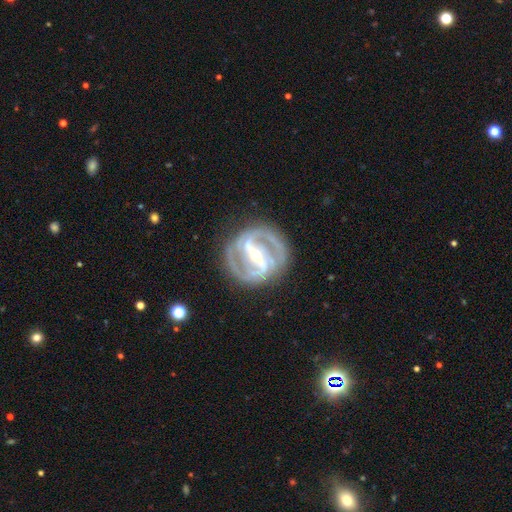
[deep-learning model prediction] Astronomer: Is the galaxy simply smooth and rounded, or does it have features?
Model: featured or disk — 92%.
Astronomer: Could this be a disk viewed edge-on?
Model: no — 97%.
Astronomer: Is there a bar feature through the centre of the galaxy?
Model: strong — 74%.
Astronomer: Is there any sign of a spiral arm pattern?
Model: yes — 97%.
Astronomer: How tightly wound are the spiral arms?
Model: medium — 47% (runner-up: tight, 45%).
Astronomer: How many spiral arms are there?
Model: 2 — 84%.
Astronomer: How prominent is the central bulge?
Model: small — 51% (runner-up: moderate, 46%).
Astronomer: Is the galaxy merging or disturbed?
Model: none — 82%.